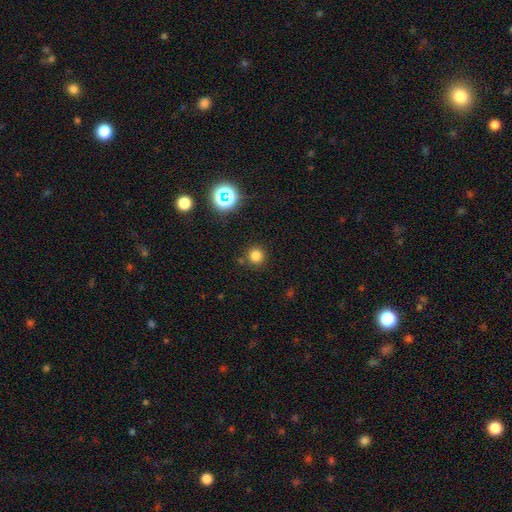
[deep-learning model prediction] smooth_or_featured: smooth (p=0.78) [alt: star or artifact p=0.17]
how_rounded: round (p=0.94) [alt: in between p=0.05]
merging: none (p=0.86) [alt: minor disturbance p=0.07]